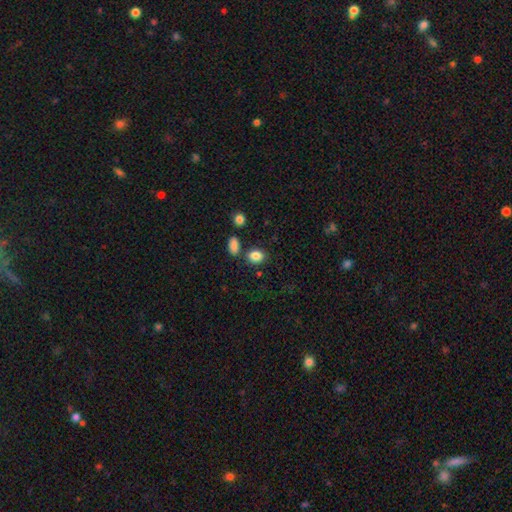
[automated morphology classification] A smooth galaxy with no disk features (85%) that is in between round and cigar-shaped (60%). Merging: none (75%).